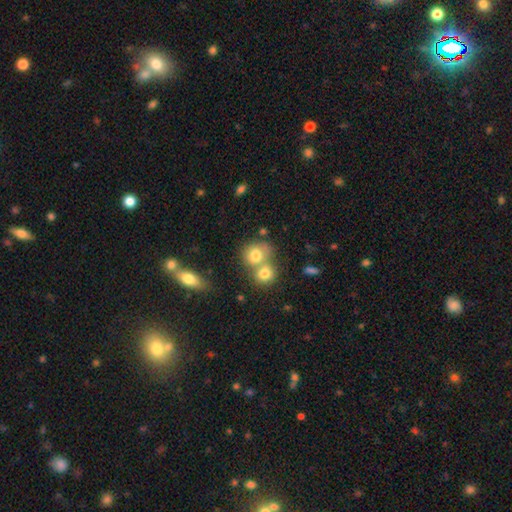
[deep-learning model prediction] Smooth or featured: smooth — 76% (featured or disk — 14%)
How rounded: round — 68% (in between — 31%)
Merging: merger — 56% (none — 32%)